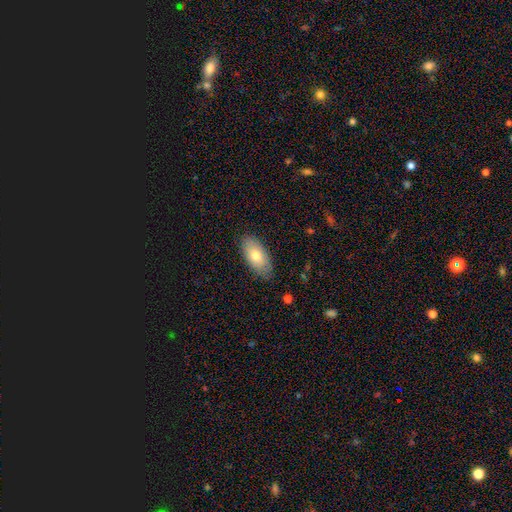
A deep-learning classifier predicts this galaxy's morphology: This appears to be a smooth galaxy with no disk features (73%) that is in between round and cigar-shaped (92%). Merging: none (83%).